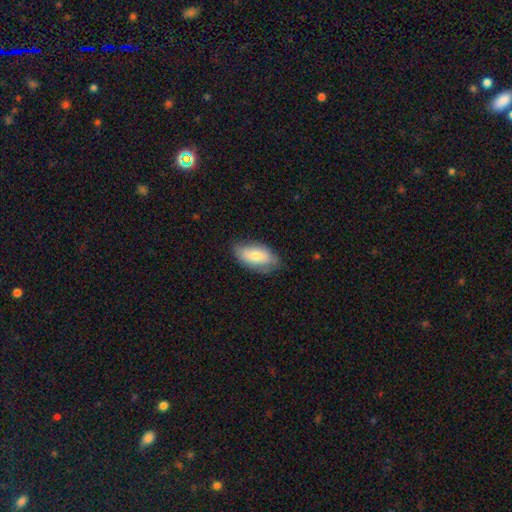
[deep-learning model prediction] Q: Smooth or featured?
A: smooth (73%); runner-up: featured or disk (21%)
Q: How rounded?
A: in between (92%); runner-up: round (4%)
Q: Merging?
A: none (69%); runner-up: minor disturbance (25%)